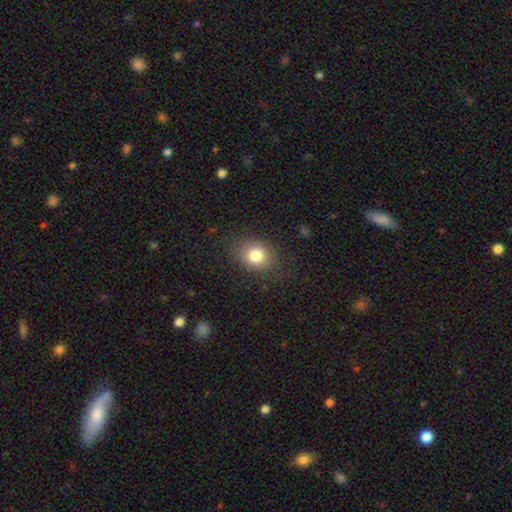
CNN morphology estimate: type=smooth (80%); roundness=round (50%); merging=none (81%).